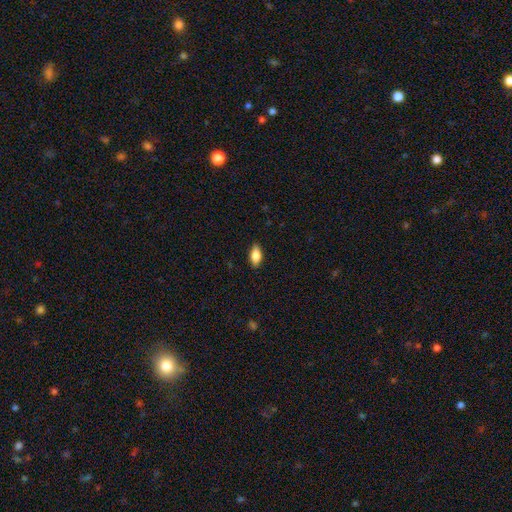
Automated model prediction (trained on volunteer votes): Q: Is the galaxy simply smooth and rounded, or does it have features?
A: smooth — 83%.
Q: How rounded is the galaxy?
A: in between — 89%.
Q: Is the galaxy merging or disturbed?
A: none — 88%.